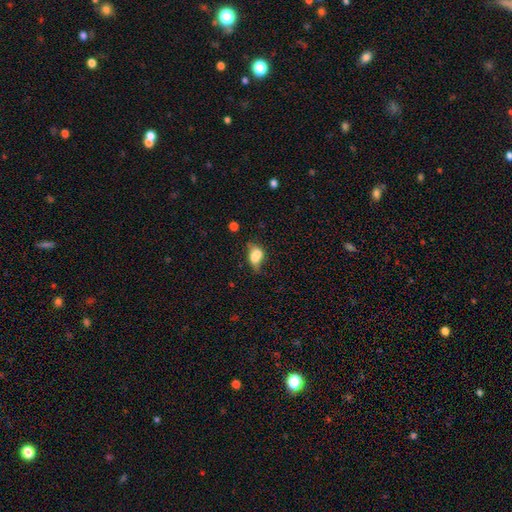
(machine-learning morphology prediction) smooth_or_featured: smooth (p=0.66) [alt: featured or disk p=0.23]
how_rounded: in between (p=0.75) [alt: round p=0.21]
merging: none (p=0.29) [alt: merger p=0.28]